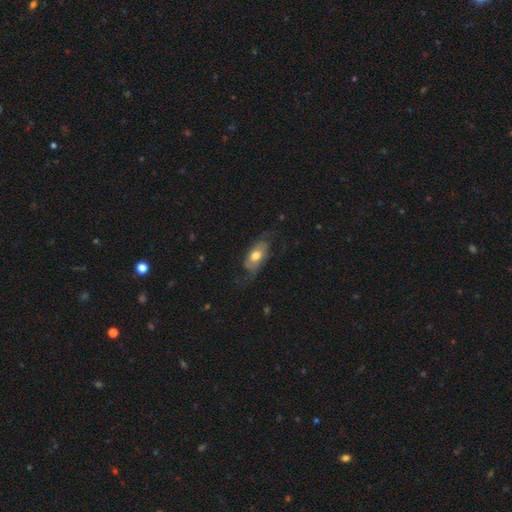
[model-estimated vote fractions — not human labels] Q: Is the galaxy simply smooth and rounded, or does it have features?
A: smooth — 51%.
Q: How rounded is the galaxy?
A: in between — 85%.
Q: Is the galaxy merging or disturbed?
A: none — 54%.